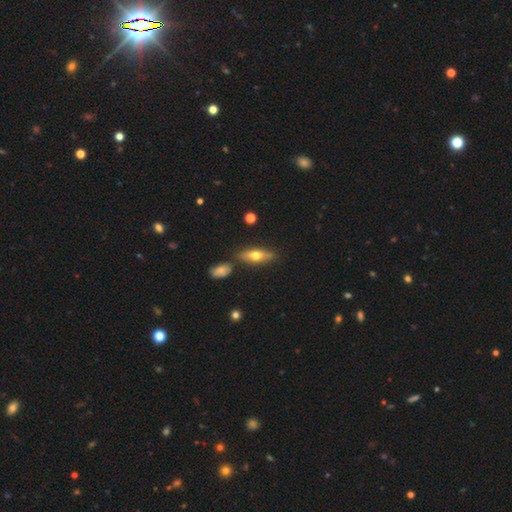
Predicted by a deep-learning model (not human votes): The model was most divided on "smooth or featured": featured or disk: 47%, smooth: 46%, star or artifact: 7%. More confident: merging — none (79%).